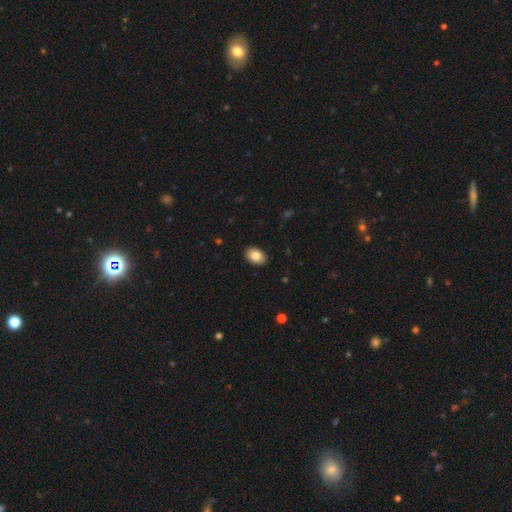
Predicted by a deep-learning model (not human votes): Q: Smooth or featured?
A: smooth (84%); runner-up: featured or disk (9%)
Q: How rounded?
A: in between (85%); runner-up: round (14%)
Q: Merging?
A: none (90%); runner-up: minor disturbance (7%)